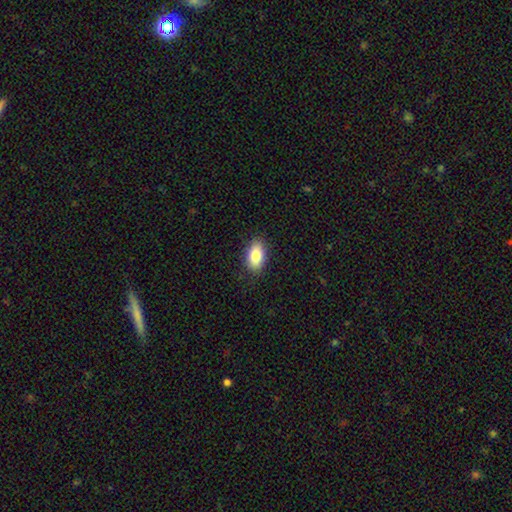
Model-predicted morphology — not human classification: Smooth or featured? smooth (84%)
How rounded? in between (91%)
Merging? none (87%)